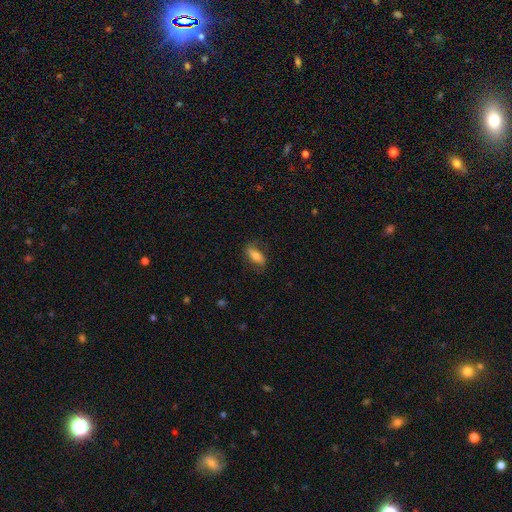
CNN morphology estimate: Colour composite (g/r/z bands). It shows a smooth galaxy with no disk features (64%) that is in between round and cigar-shaped (71%). Merging: none (76%).